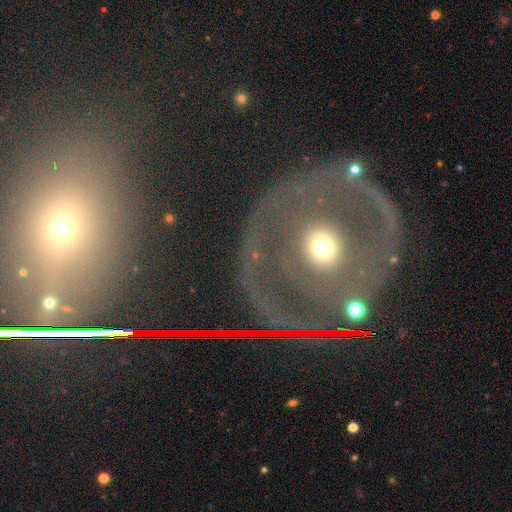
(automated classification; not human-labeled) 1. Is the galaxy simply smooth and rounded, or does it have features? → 61% featured or disk, 24% smooth, 14% star or artifact.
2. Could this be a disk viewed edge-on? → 92% no, 8% yes.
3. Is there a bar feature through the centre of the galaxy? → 72% no, 16% weak, 12% strong.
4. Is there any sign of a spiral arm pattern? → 57% no, 43% yes.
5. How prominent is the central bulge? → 67% moderate, 22% small, 8% large, 2% dominant, 1% none.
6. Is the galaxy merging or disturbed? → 75% none, 12% minor disturbance, 9% major disturbance, 3% merger.